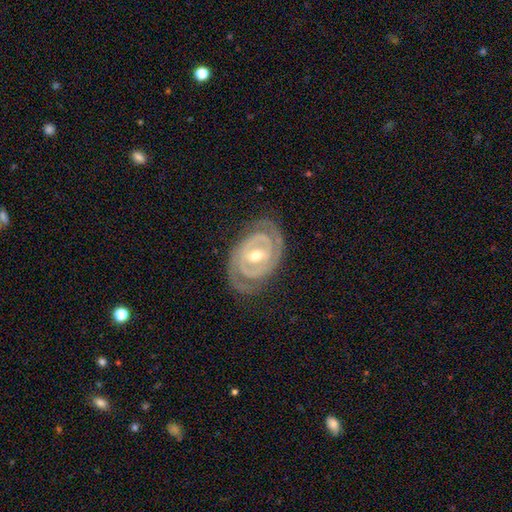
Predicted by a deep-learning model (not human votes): Smooth or featured? featured or disk (90%)
Edge-on disk? no (96%)
Bar? weak (40%)
Spiral arms? yes (94%)
Spiral winding? tight (77%)
Spiral arm count? 2 (79%)
Bulge size? moderate (62%)
Merging? none (80%)